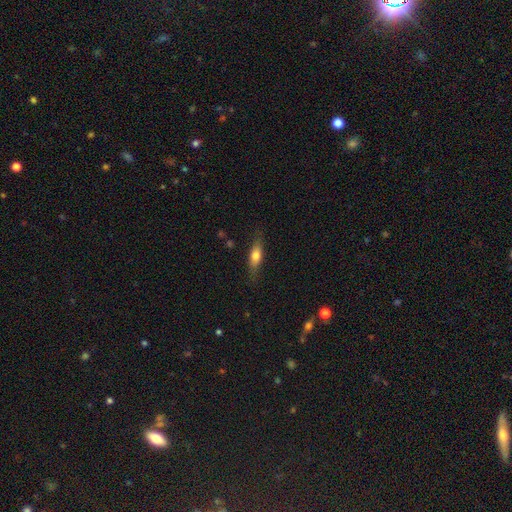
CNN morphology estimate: Smooth or featured: smooth — 65% (featured or disk — 28%)
How rounded: in between — 51% (cigar-shaped — 45%)
Merging: none — 80% (minor disturbance — 15%)